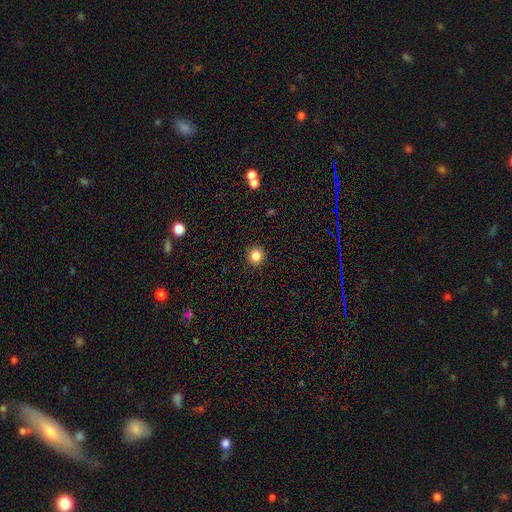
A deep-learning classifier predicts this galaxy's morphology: Smooth or featured: smooth — 84% (star or artifact — 11%)
How rounded: round — 91% (in between — 8%)
Merging: none — 93% (minor disturbance — 5%)